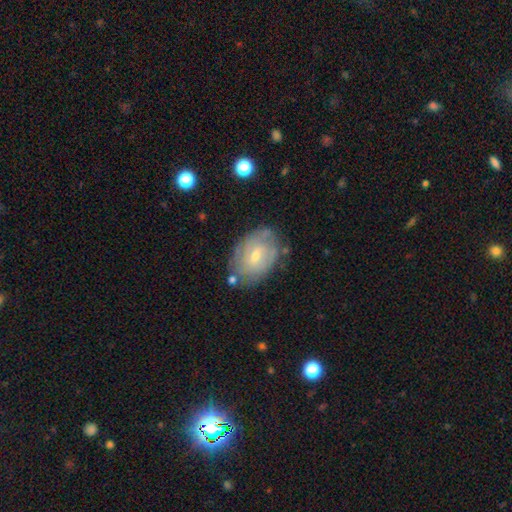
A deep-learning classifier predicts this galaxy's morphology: Smooth or featured?
  - featured or disk: 60% *
  - smooth: 32%
  - star or artifact: 8%
Edge-on disk?
  - no: 95% *
  - yes: 5%
Bar?
  - no: 47% *
  - weak: 46%
  - strong: 8%
Spiral arms?
  - yes: 71% *
  - no: 29%
Bulge size?
  - small: 58% *
  - moderate: 38%
  - none: 1%
  - large: 1%
  - dominant: 1%
Merging?
  - none: 70% *
  - minor disturbance: 20%
  - major disturbance: 6%
  - merger: 3%